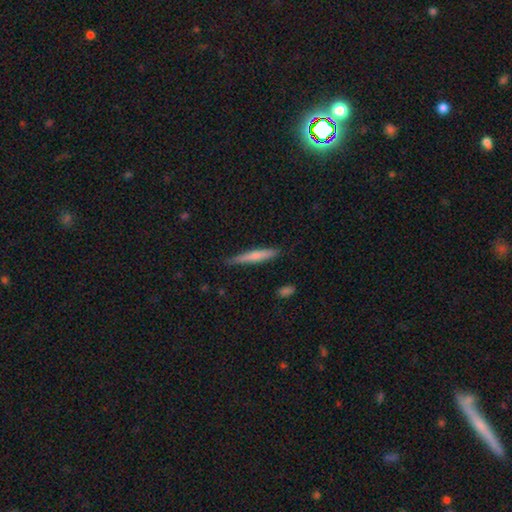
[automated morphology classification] Smooth or featured? smooth (65%)
How rounded? cigar-shaped (94%)
Merging? none (83%)